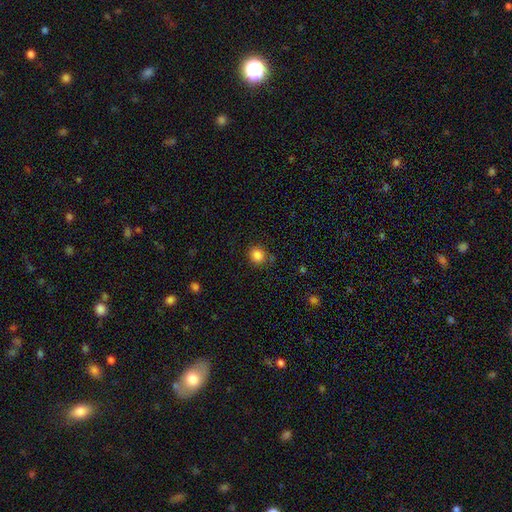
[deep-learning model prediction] Q: Smooth or featured?
A: smooth (85%); runner-up: star or artifact (11%)
Q: How rounded?
A: round (87%); runner-up: in between (13%)
Q: Merging?
A: none (81%); runner-up: minor disturbance (12%)